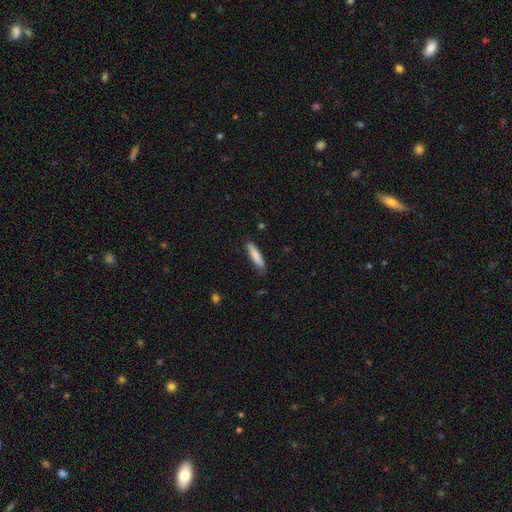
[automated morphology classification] smooth 83%, featured or disk 11%, star or artifact 6%. Down the decision tree: how rounded — cigar-shaped (81%); merging — none (83%).